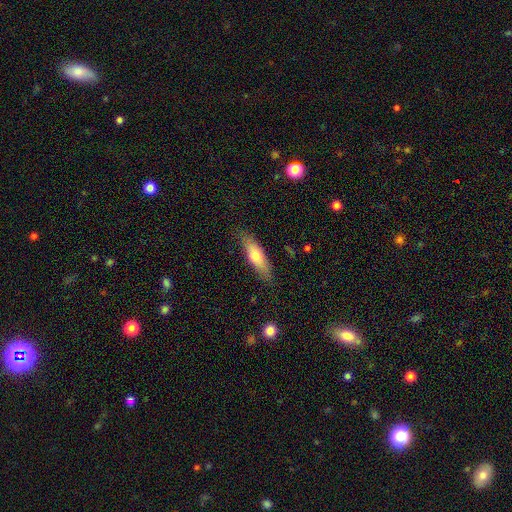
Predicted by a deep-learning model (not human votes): A smooth galaxy with no disk features (64%) that is cigar-shaped (57%). Merging: none (81%).